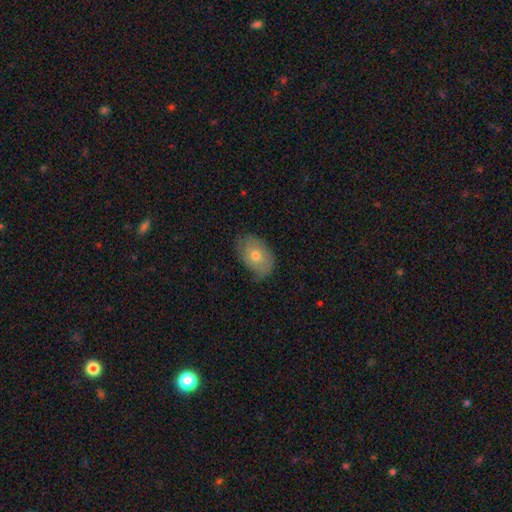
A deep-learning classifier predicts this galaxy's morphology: This appears to be a smooth galaxy with no disk features (62%) that is in between round and cigar-shaped (83%). Merging: none (67%).